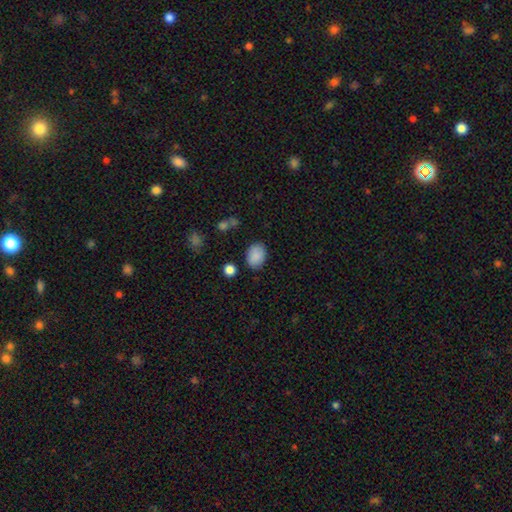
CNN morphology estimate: A smooth galaxy with no disk features (87%) that is in between round and cigar-shaped (71%). Merging: none (81%).